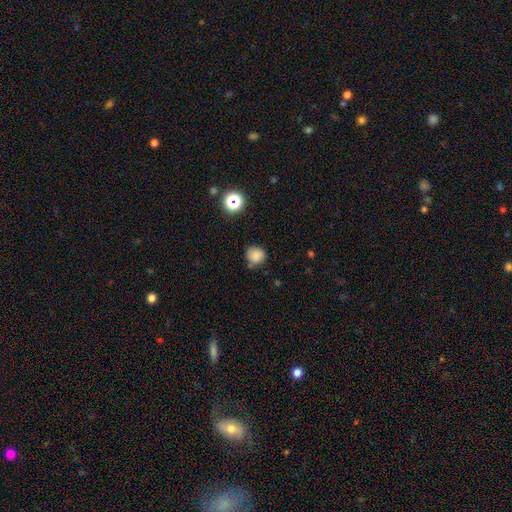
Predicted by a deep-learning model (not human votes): The model was most divided on "merging": none: 69%, minor disturbance: 21%, merger: 5%, major disturbance: 5%. More confident: how rounded — round (85%); smooth or featured — smooth (81%).